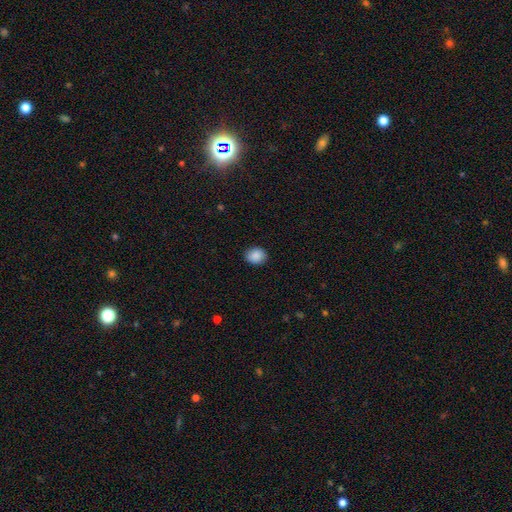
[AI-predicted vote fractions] smooth_or_featured: smooth (p=0.89) [alt: star or artifact p=0.08]
how_rounded: round (p=0.60) [alt: in between p=0.39]
merging: none (p=0.89) [alt: minor disturbance p=0.08]